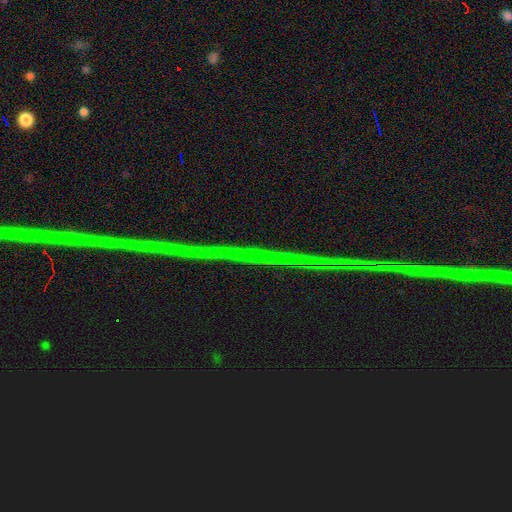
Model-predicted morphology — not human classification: This appears to be a star or artifact, not a galaxy (88%).